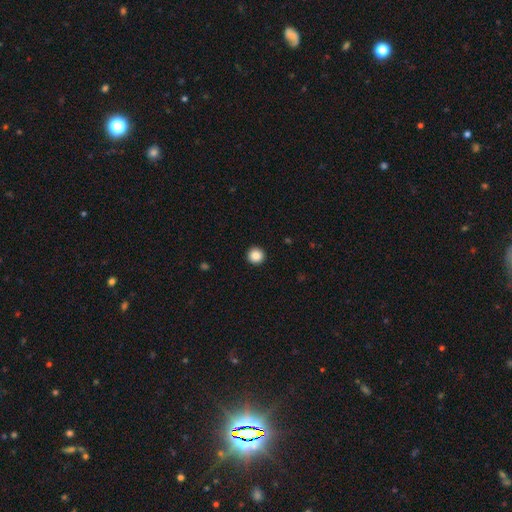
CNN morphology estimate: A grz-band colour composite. It shows a smooth galaxy with no disk features (87%) that is round (96%). Merging: none (94%).